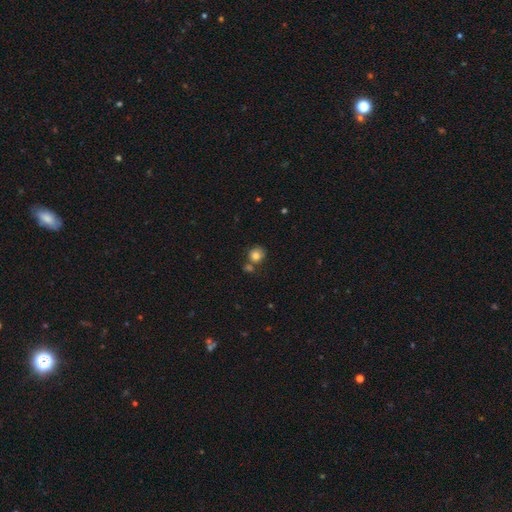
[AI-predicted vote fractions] Smooth or featured? Predicted: smooth (p=0.81). How rounded? Predicted: round (p=0.81). Merging? Predicted: none (p=0.58).